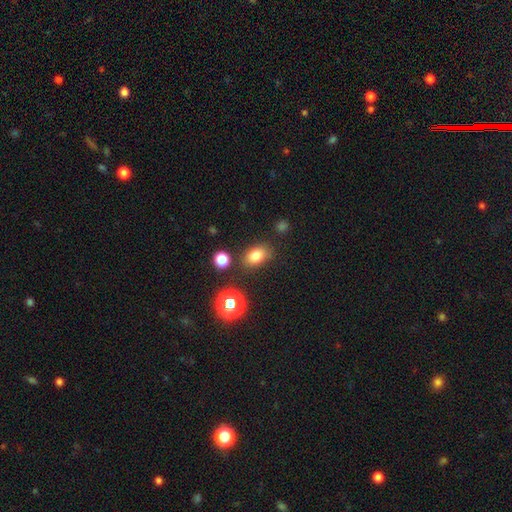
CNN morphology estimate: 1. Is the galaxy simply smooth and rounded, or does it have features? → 79% smooth, 12% star or artifact, 8% featured or disk.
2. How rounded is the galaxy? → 77% in between, 21% round, 2% cigar-shaped.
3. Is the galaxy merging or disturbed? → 79% none, 12% minor disturbance, 5% merger, 4% major disturbance.